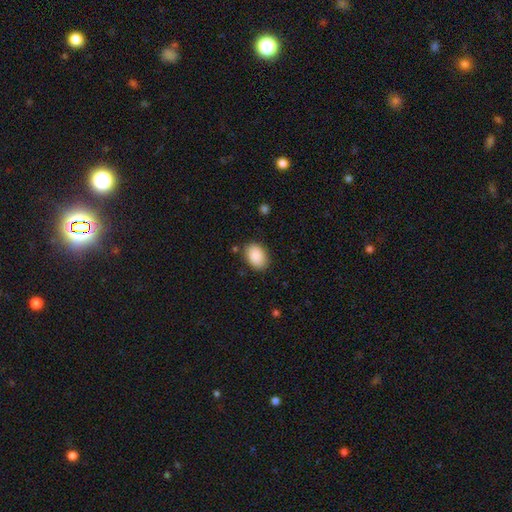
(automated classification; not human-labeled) smooth-or-featured: smooth: 90% | star or artifact: 7% | featured or disk: 4%
  how-rounded: in between: 84% | round: 15% | cigar-shaped: 1%
  merging: none: 84% | minor disturbance: 12% | major disturbance: 3% | merger: 2%